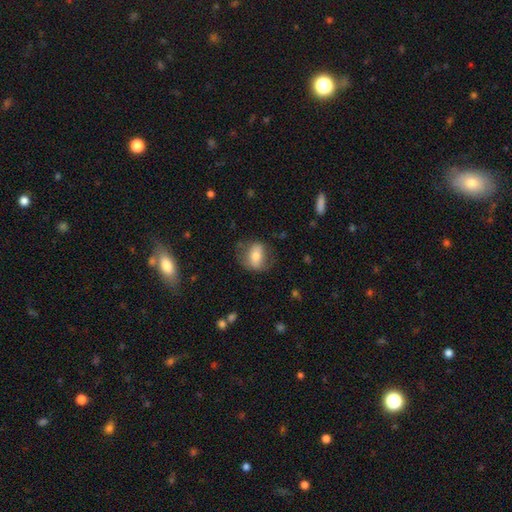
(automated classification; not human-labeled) smooth-or-featured: smooth: 64% | featured or disk: 28% | star or artifact: 8%
  how-rounded: in between: 71% | round: 26% | cigar-shaped: 3%
  merging: none: 67% | minor disturbance: 20% | major disturbance: 11% | merger: 2%